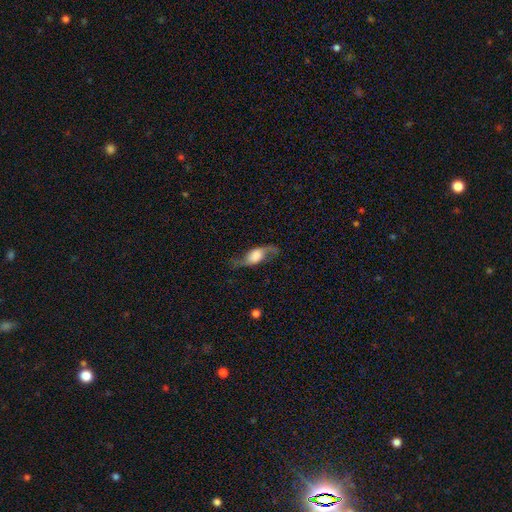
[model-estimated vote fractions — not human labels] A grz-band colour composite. It shows a featured or disk galaxy (63%). Merging: none (65%).